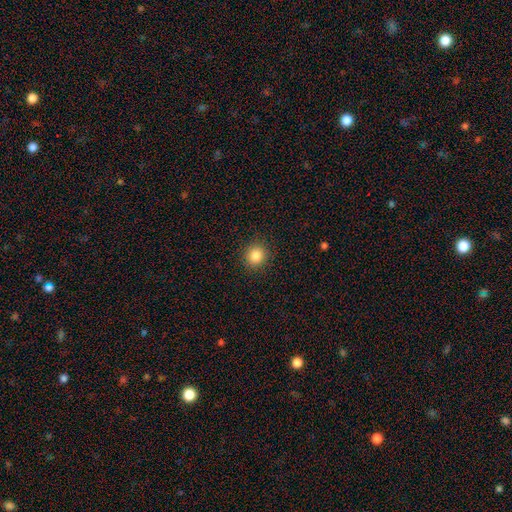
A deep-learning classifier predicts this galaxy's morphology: Smooth or featured? smooth (84%)
How rounded? round (88%)
Merging? none (91%)